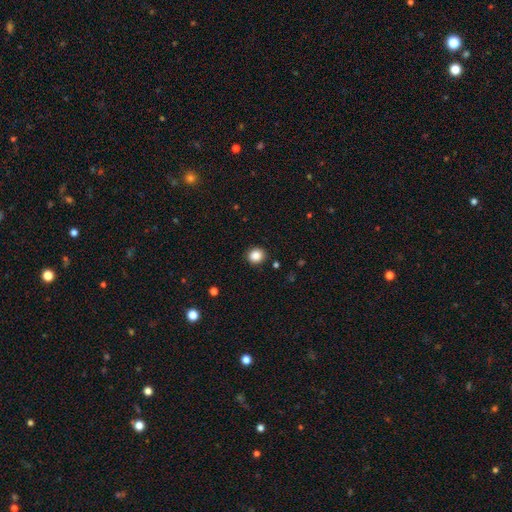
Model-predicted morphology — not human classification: A smooth galaxy with no disk features (87%) that is round (83%).

Vote fractions:
- Smooth or featured? smooth: 87% / star or artifact: 10% / featured or disk: 3%
- How rounded? round: 83% / in between: 16% / cigar-shaped: 1%
- Merging? none: 90% / minor disturbance: 6% / major disturbance: 2% / merger: 1%